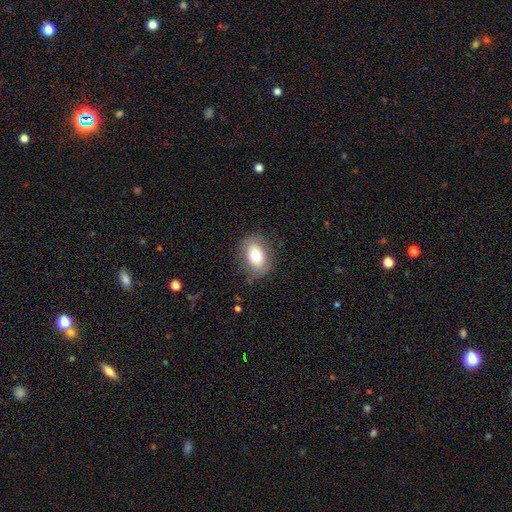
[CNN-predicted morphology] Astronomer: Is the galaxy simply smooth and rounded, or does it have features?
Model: smooth — 74%.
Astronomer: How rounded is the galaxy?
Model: in between — 77%.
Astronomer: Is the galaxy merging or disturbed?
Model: none — 82%.